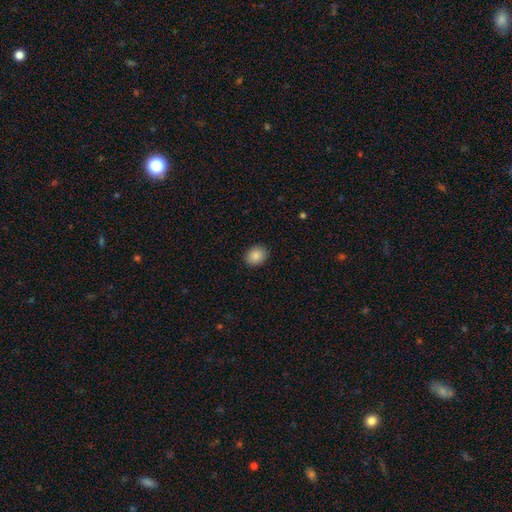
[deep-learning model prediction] Smooth or featured?
  - smooth: 87% *
  - star or artifact: 8%
  - featured or disk: 4%
How rounded?
  - in between: 51% *
  - round: 48%
  - cigar-shaped: 1%
Merging?
  - none: 90% *
  - minor disturbance: 7%
  - major disturbance: 2%
  - merger: 1%